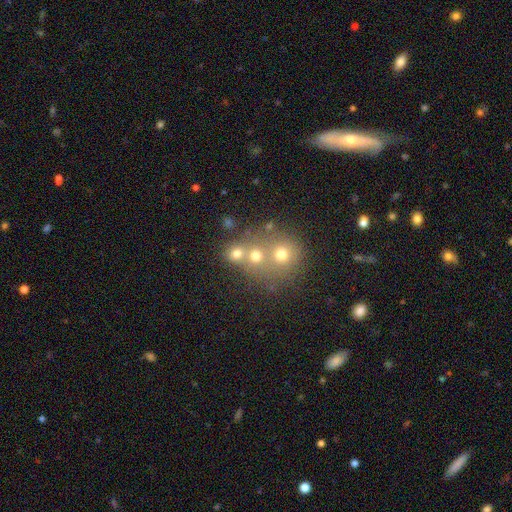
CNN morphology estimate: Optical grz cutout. It shows a smooth galaxy with no disk features (66%) that is round (82%). Merging: merger (45%).